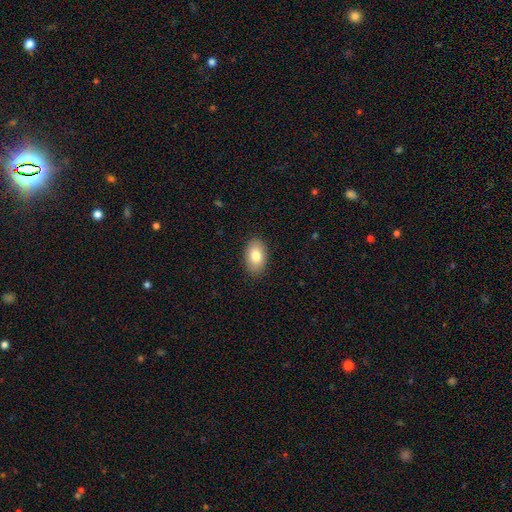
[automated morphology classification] smooth 82%, featured or disk 11%, star or artifact 7%. Down the decision tree: how rounded — in between (92%); merging — none (88%).